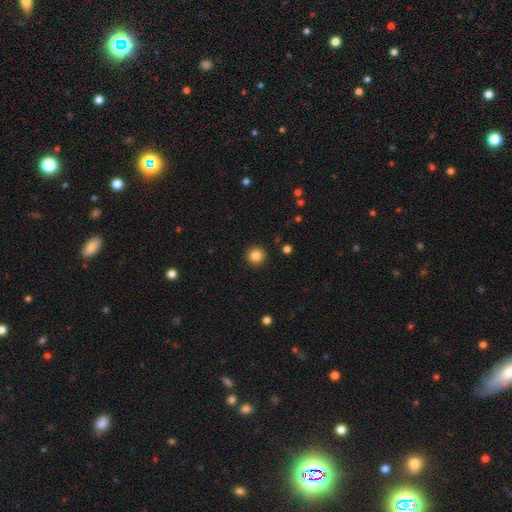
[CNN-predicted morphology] smooth_or_featured: smooth (p=0.85) [alt: star or artifact p=0.11]
how_rounded: round (p=0.95) [alt: in between p=0.04]
merging: none (p=0.93) [alt: minor disturbance p=0.05]